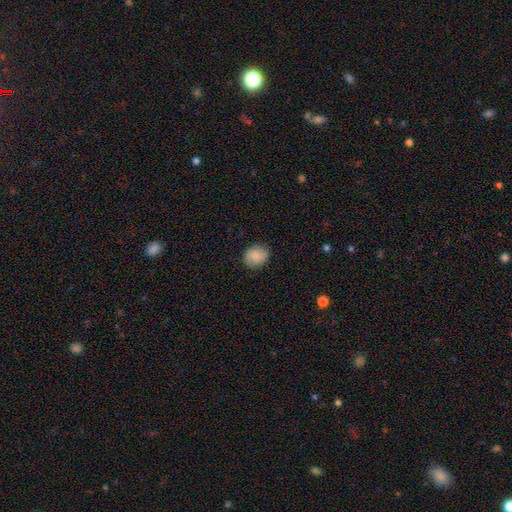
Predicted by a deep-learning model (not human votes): Q: Smooth or featured?
A: smooth (84%); runner-up: featured or disk (8%)
Q: How rounded?
A: round (63%); runner-up: in between (36%)
Q: Merging?
A: none (82%); runner-up: minor disturbance (14%)